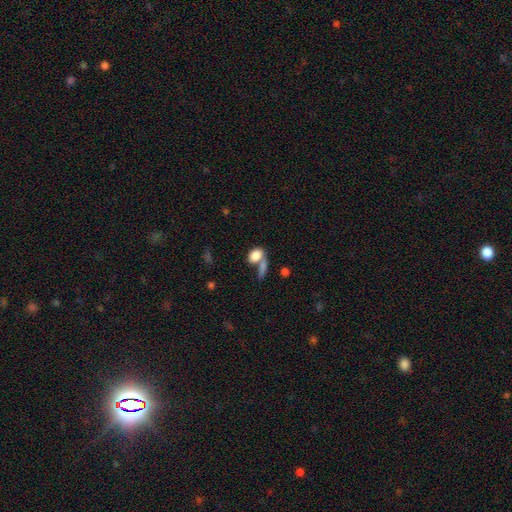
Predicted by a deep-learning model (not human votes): Smooth or featured? smooth (81%)
How rounded? in between (83%)
Merging? merger (42%)